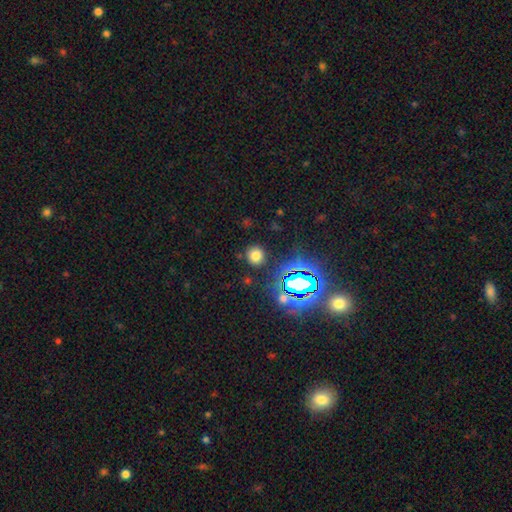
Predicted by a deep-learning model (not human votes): Overall: smooth (70%). How rounded: round (87%). Merging: none (86%).